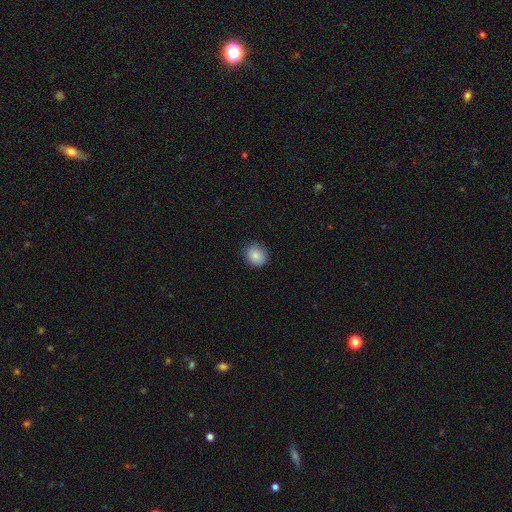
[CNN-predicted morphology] smooth 86%, star or artifact 8%, featured or disk 6%. Down the decision tree: how rounded — round (79%); merging — none (83%).